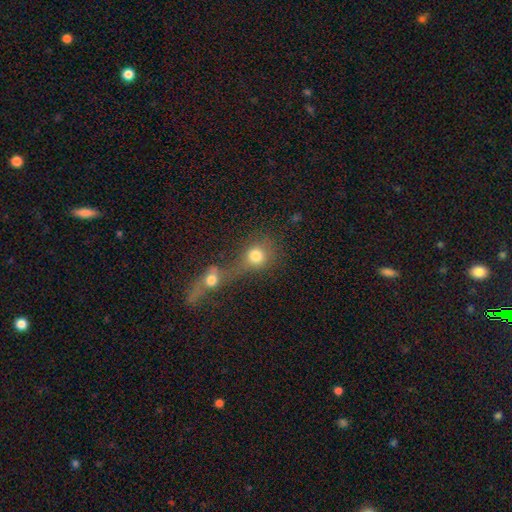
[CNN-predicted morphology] Smooth or featured?
  - smooth: 77% *
  - star or artifact: 12%
  - featured or disk: 11%
How rounded?
  - round: 78% *
  - in between: 20%
  - cigar-shaped: 2%
Merging?
  - merger: 60% *
  - none: 25%
  - major disturbance: 8%
  - minor disturbance: 7%